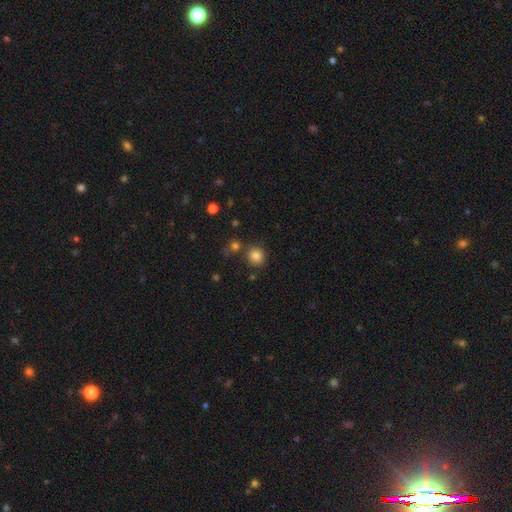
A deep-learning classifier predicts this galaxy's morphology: smooth_or_featured: smooth (p=0.80) [alt: star or artifact p=0.12]
how_rounded: round (p=0.87) [alt: in between p=0.12]
merging: none (p=0.77) [alt: minor disturbance p=0.10]